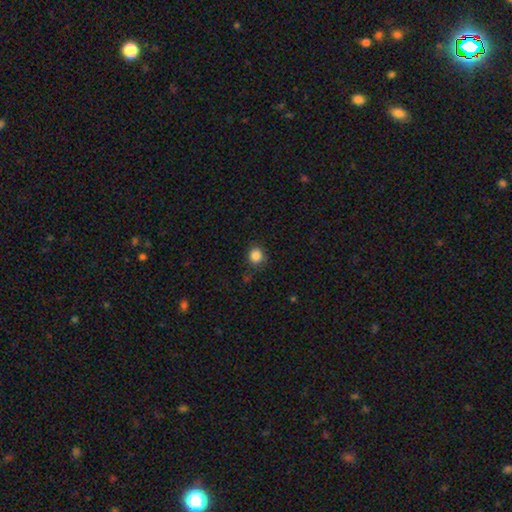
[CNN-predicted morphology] The model was most divided on "how rounded": round: 82%, in between: 17%, cigar-shaped: 1%. More confident: smooth or featured — smooth (86%); merging — none (82%).